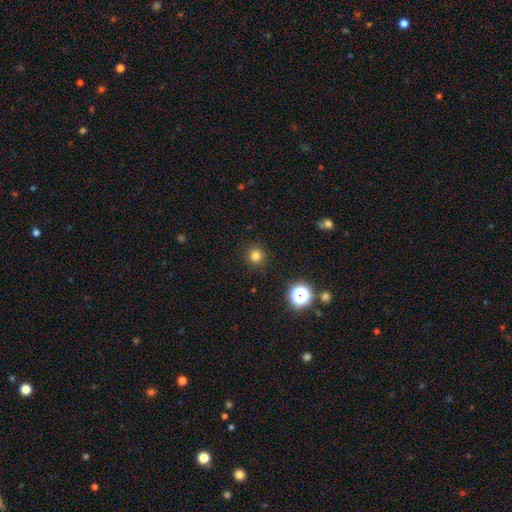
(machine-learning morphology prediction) A smooth galaxy with no disk features (79%) that is round (94%).

Vote fractions:
- Smooth or featured? smooth: 79% / star or artifact: 16% / featured or disk: 5%
- How rounded? round: 94% / in between: 5% / cigar-shaped: 1%
- Merging? none: 91% / minor disturbance: 5% / major disturbance: 2% / merger: 1%